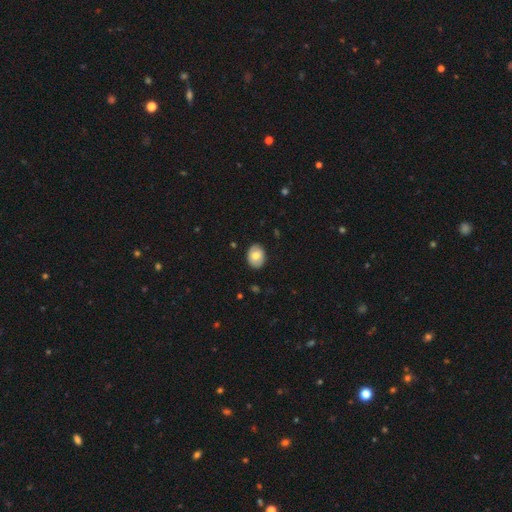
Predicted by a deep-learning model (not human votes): Smooth or featured?
  - smooth: 71% *
  - featured or disk: 22%
  - star or artifact: 7%
How rounded?
  - in between: 67% *
  - round: 32%
  - cigar-shaped: 1%
Merging?
  - none: 86% *
  - minor disturbance: 11%
  - major disturbance: 2%
  - merger: 1%